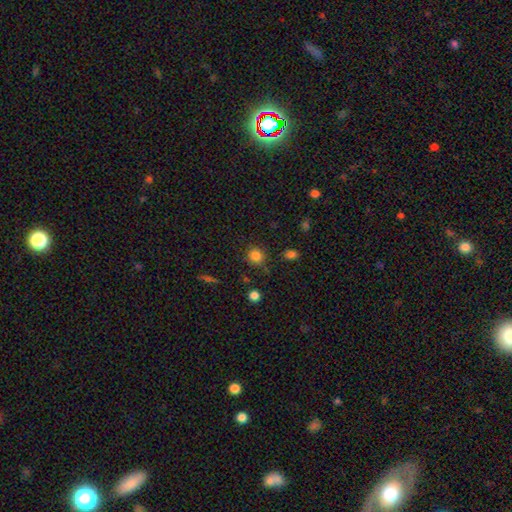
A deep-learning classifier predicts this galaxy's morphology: A smooth galaxy with no disk features (83%) that is round (89%).

Vote fractions:
- Smooth or featured? smooth: 83% / star or artifact: 13% / featured or disk: 5%
- How rounded? round: 89% / in between: 10% / cigar-shaped: 1%
- Merging? none: 80% / minor disturbance: 13% / merger: 4% / major disturbance: 4%